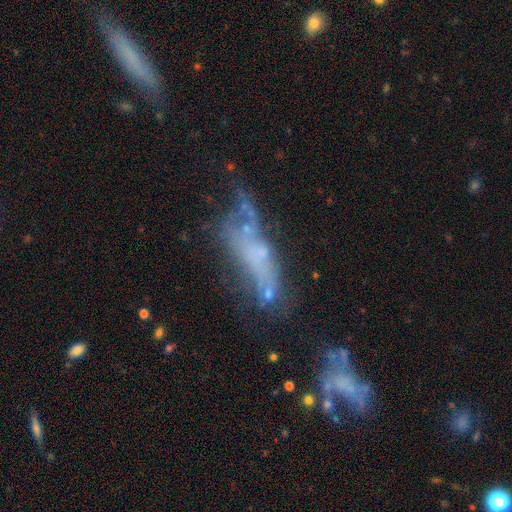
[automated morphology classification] smooth-or-featured: featured or disk: 51% | smooth: 33% | star or artifact: 17%
  disk-edge-on: no: 81% | yes: 19%
  merging: major disturbance: 30% | none: 28% | merger: 22% | minor disturbance: 20%